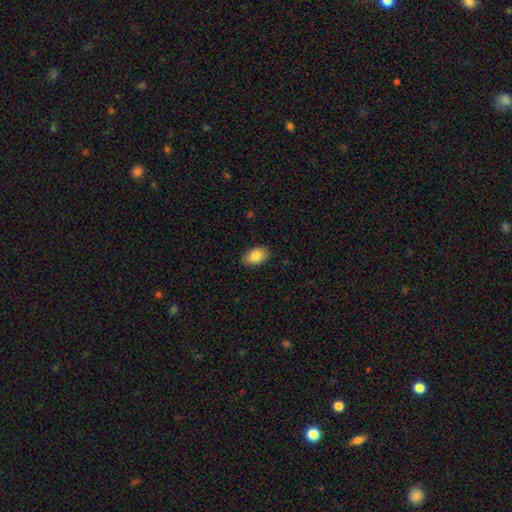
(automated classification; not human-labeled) smooth-or-featured: smooth: 84% | featured or disk: 9% | star or artifact: 7%
  how-rounded: in between: 89% | round: 9% | cigar-shaped: 1%
  merging: none: 88% | minor disturbance: 9% | major disturbance: 2% | merger: 1%